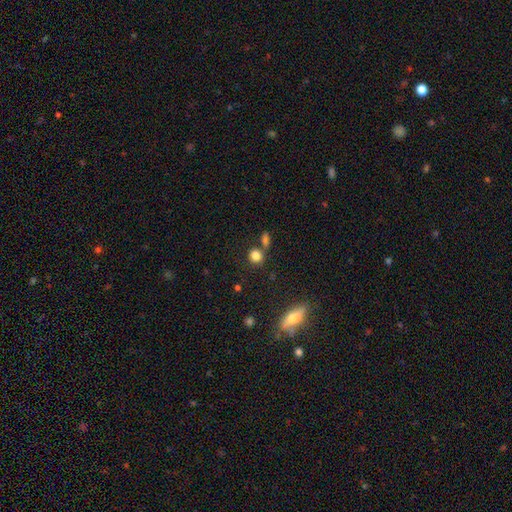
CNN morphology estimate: smooth_or_featured: smooth (p=0.82) [alt: star or artifact p=0.12]
how_rounded: round (p=0.78) [alt: in between p=0.20]
merging: none (p=0.68) [alt: merger p=0.18]